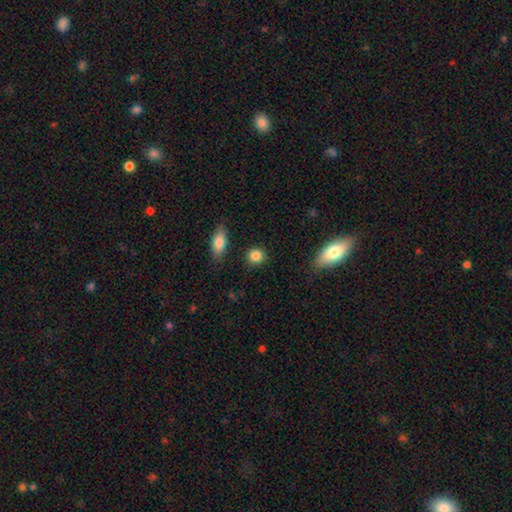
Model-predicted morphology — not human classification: Smooth or featured: smooth — 85% (star or artifact — 10%)
How rounded: round — 83% (in between — 15%)
Merging: none — 86% (minor disturbance — 9%)